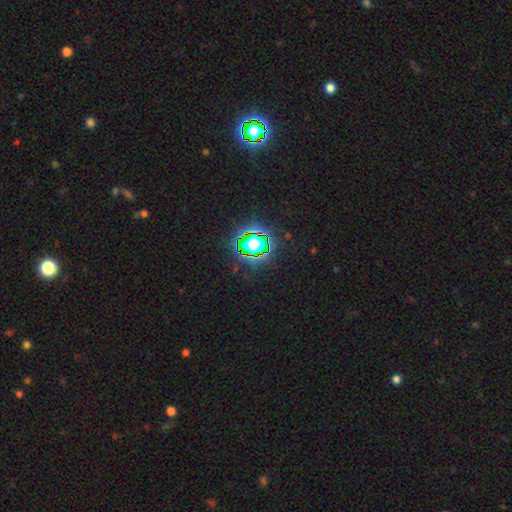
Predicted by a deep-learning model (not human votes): Smooth or featured?
  - star or artifact: 81% *
  - smooth: 12%
  - featured or disk: 7%